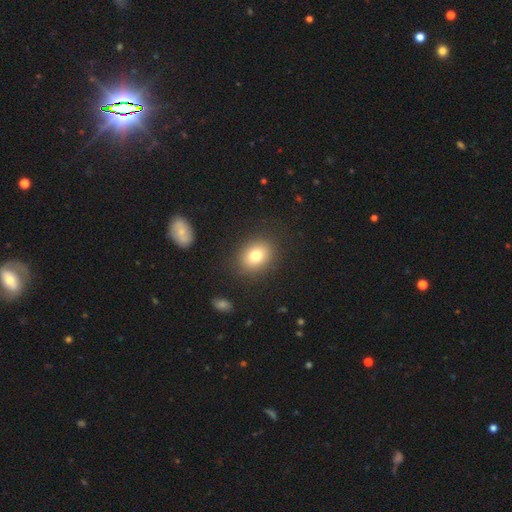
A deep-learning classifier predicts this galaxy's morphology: Smooth or featured? Predicted: smooth (p=0.79). How rounded? Predicted: in between (p=0.50). Merging? Predicted: none (p=0.86).